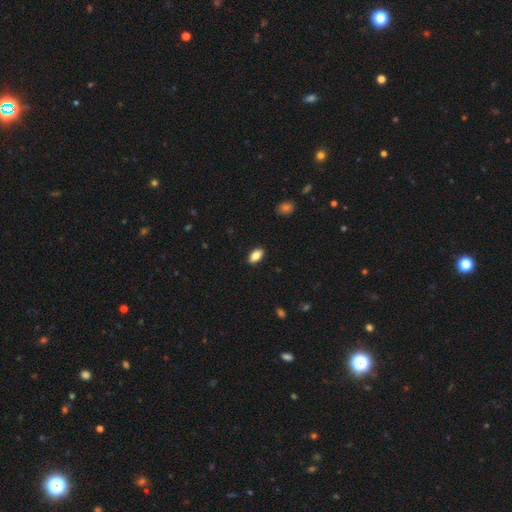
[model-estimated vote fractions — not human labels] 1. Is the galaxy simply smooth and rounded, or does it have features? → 84% smooth, 9% featured or disk, 7% star or artifact.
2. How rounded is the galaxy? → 92% in between, 4% round, 4% cigar-shaped.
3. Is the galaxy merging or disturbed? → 89% none, 8% minor disturbance, 2% major disturbance, 1% merger.